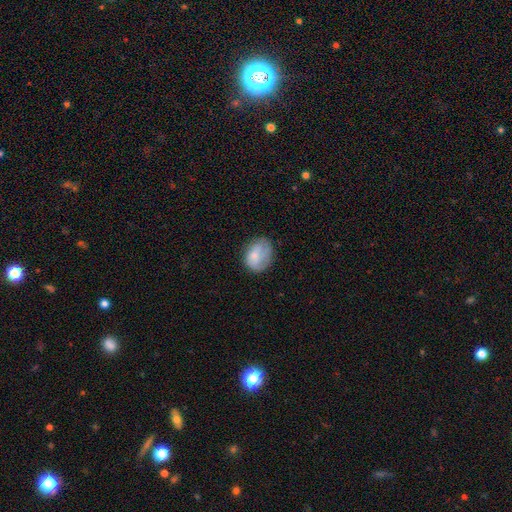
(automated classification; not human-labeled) Smooth or featured: smooth — 75% (featured or disk — 18%)
How rounded: in between — 61% (round — 38%)
Merging: none — 56% (minor disturbance — 29%)